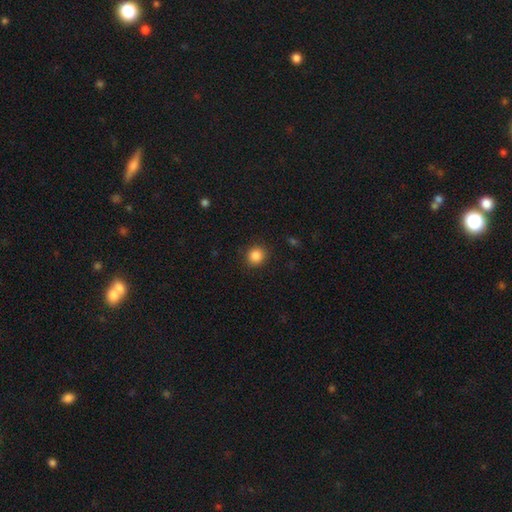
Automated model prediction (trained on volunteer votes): Smooth or featured?
  - smooth: 87% *
  - star or artifact: 10%
  - featured or disk: 3%
How rounded?
  - round: 85% *
  - in between: 14%
  - cigar-shaped: 1%
Merging?
  - none: 89% *
  - minor disturbance: 8%
  - major disturbance: 3%
  - merger: 1%